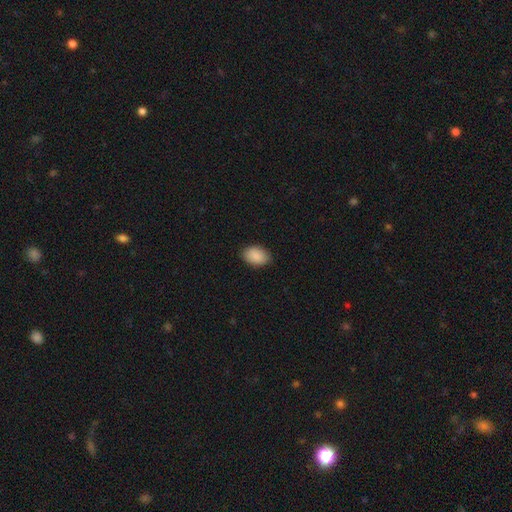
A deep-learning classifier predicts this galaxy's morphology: smooth_or_featured: smooth (p=0.90) [alt: star or artifact p=0.07]
how_rounded: in between (p=0.86) [alt: round p=0.13]
merging: none (p=0.86) [alt: minor disturbance p=0.11]